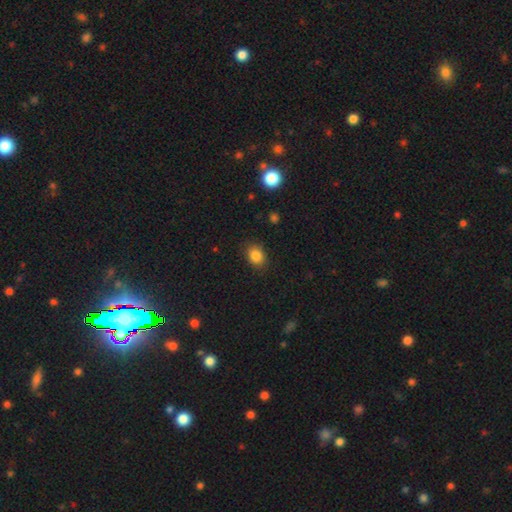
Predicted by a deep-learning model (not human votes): Overall: smooth (85%). How rounded: in between (56%; round 43%). Merging: none (86%).